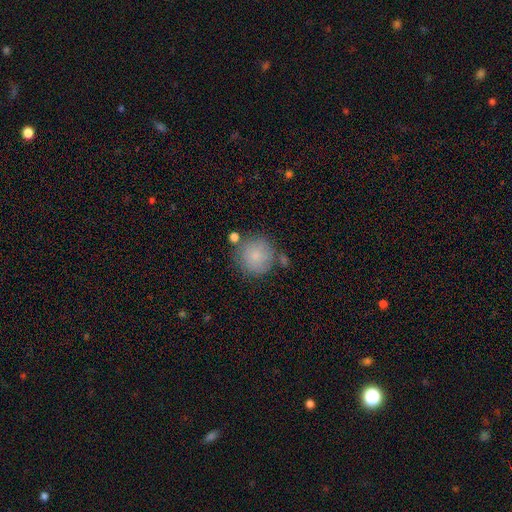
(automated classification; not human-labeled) smooth-or-featured: smooth: 82% | featured or disk: 10% | star or artifact: 8%
  how-rounded: round: 93% | in between: 6% | cigar-shaped: 1%
  merging: none: 71% | minor disturbance: 15% | merger: 8% | major disturbance: 5%